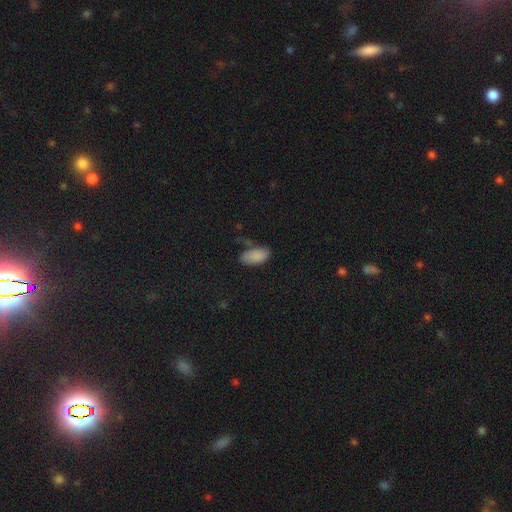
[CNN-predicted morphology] Overall: smooth (86%). How rounded: in between (93%). Merging: none (62%; minor disturbance 24%).